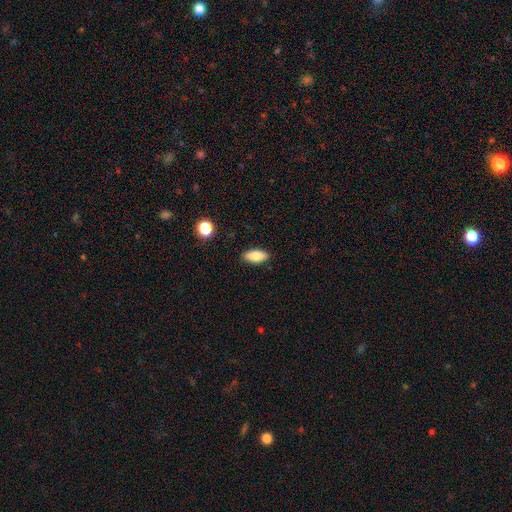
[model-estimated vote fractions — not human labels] This appears to be a smooth galaxy with no disk features (79%) that is in between round and cigar-shaped (79%). Merging: none (87%).